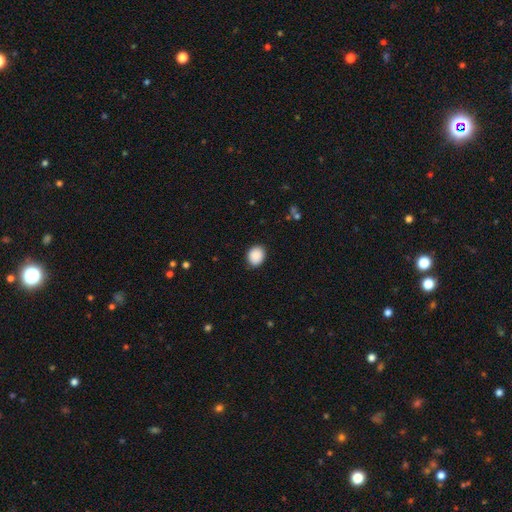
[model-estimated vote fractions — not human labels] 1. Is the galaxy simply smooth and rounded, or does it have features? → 90% smooth, 8% star or artifact, 3% featured or disk.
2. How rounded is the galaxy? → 58% round, 41% in between, 1% cigar-shaped.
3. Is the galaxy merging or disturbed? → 88% none, 8% minor disturbance, 2% major disturbance, 1% merger.